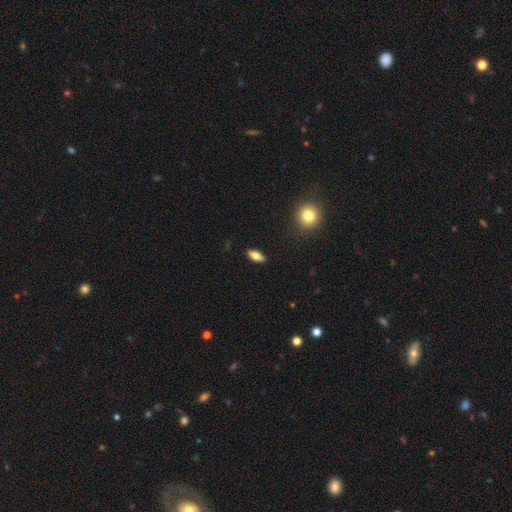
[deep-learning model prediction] smooth 73%, featured or disk 20%, star or artifact 8%. Down the decision tree: how rounded — in between (73%); merging — none (89%).